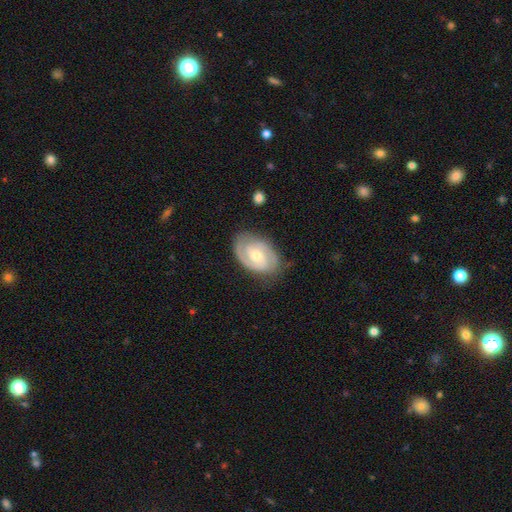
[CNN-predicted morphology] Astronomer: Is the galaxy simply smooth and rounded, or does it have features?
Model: featured or disk — 86%.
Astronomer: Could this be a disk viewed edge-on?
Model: no — 97%.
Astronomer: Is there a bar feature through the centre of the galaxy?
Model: no — 49% (runner-up: weak, 42%).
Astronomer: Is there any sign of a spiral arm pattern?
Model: yes — 97%.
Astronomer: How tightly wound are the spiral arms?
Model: tight — 58% (runner-up: medium, 36%).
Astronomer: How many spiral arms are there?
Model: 2 — 87%.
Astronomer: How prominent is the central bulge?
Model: small — 49% (runner-up: moderate, 45%).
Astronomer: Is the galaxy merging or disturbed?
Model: none — 81%.